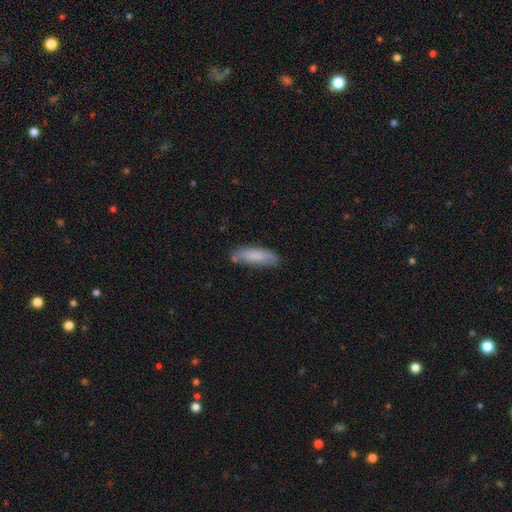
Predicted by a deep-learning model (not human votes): Smooth or featured? Predicted: smooth (p=0.79). How rounded? Predicted: in between (p=0.53). Merging? Predicted: none (p=0.72).